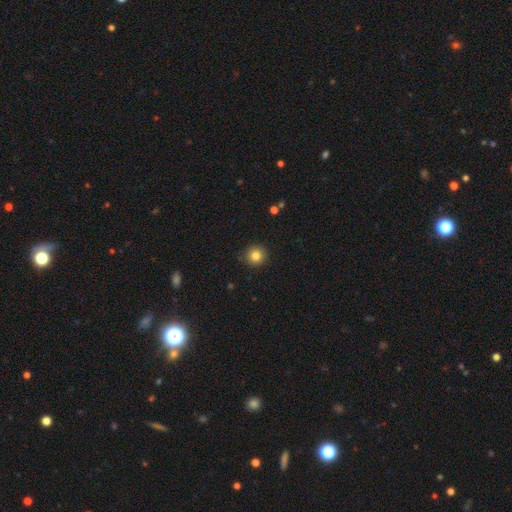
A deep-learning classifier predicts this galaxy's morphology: A smooth galaxy with no disk features (83%) that is round (94%).

Vote fractions:
- Smooth or featured? smooth: 83% / star or artifact: 11% / featured or disk: 6%
- How rounded? round: 94% / in between: 5% / cigar-shaped: 1%
- Merging? none: 89% / minor disturbance: 7% / major disturbance: 2% / merger: 1%